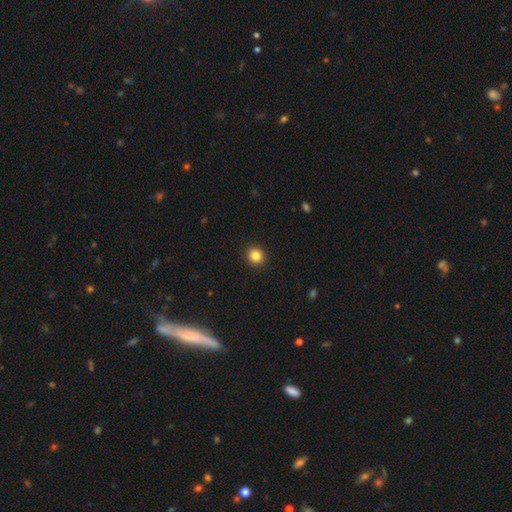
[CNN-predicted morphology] The model was most divided on "smooth or featured": smooth: 84%, star or artifact: 11%, featured or disk: 5%. More confident: merging — none (93%); how rounded — round (90%).